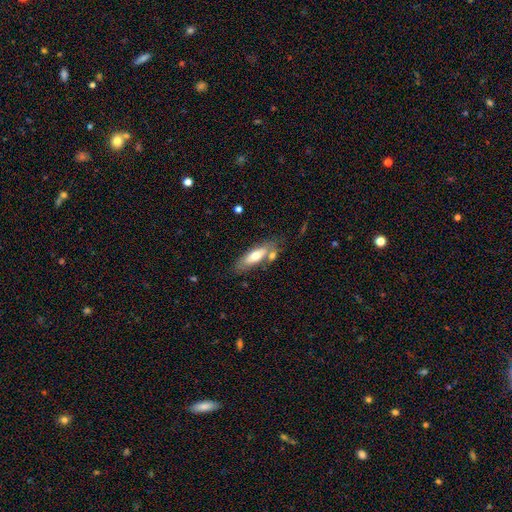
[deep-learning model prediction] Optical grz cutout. It shows a smooth galaxy with no disk features (62%) that is in between round and cigar-shaped (59%). Merging: none (64%).